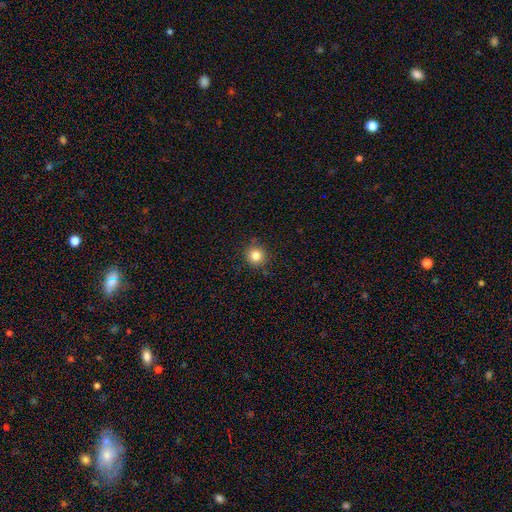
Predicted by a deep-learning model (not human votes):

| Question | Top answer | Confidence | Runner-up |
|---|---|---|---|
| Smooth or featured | smooth | 83% | star or artifact (11%) |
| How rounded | round | 94% | in between (5%) |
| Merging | none | 89% | minor disturbance (8%) |